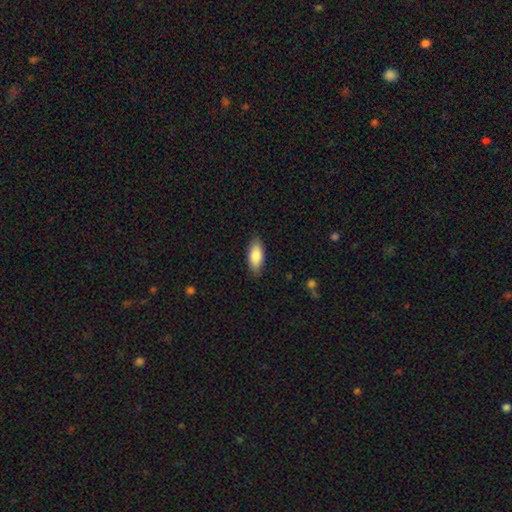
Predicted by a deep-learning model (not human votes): A smooth galaxy with no disk features (85%) that is in between round and cigar-shaped (84%). Merging: none (85%).